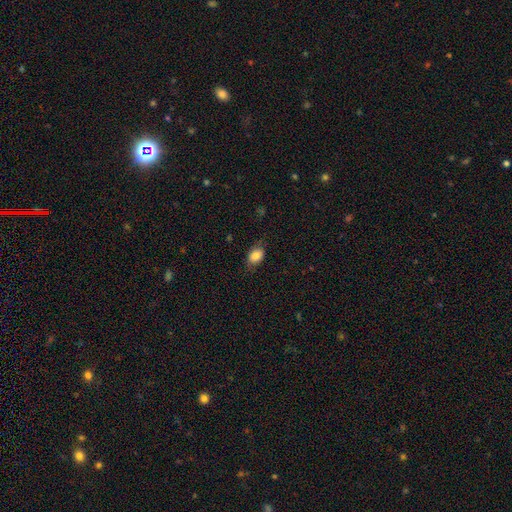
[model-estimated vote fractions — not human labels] A smooth galaxy with no disk features (84%) that is in between round and cigar-shaped (79%). Merging: none (74%).